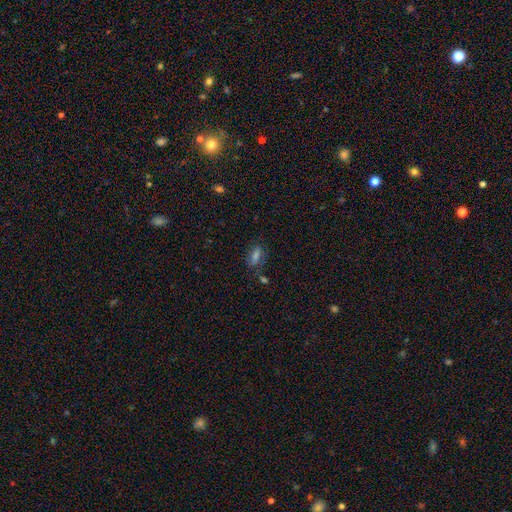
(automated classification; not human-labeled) Smooth or featured?
  - smooth: 56% *
  - star or artifact: 24%
  - featured or disk: 20%
How rounded?
  - in between: 74% *
  - cigar-shaped: 17%
  - round: 10%
Merging?
  - none: 71% *
  - minor disturbance: 17%
  - major disturbance: 7%
  - merger: 6%